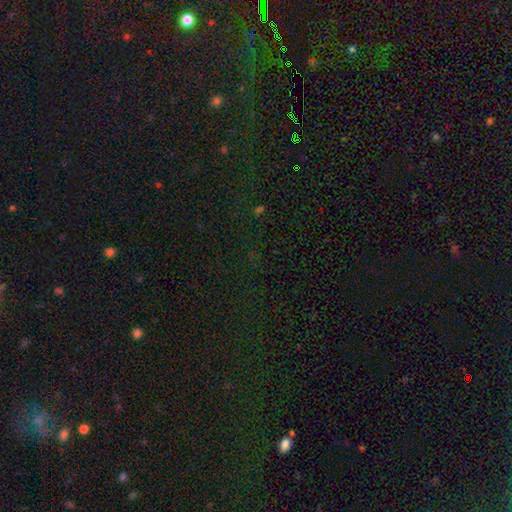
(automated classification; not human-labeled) A star or artifact, not a galaxy (74%).